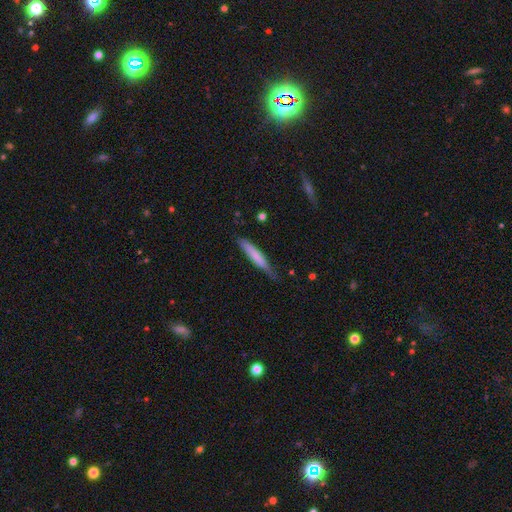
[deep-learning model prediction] Smooth or featured?
  - smooth: 69% *
  - featured or disk: 25%
  - star or artifact: 6%
How rounded?
  - cigar-shaped: 92% *
  - in between: 6%
  - round: 1%
Merging?
  - none: 66% *
  - minor disturbance: 27%
  - major disturbance: 5%
  - merger: 2%